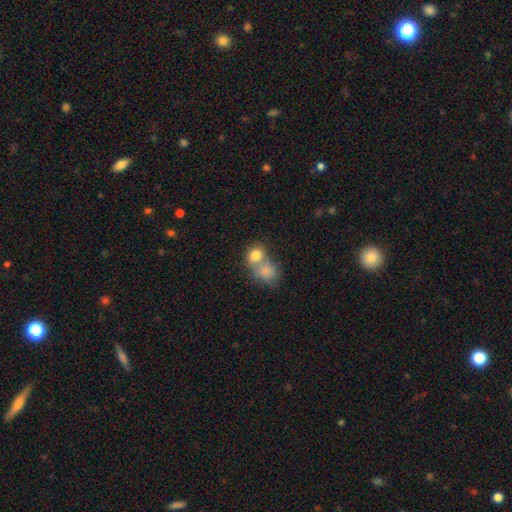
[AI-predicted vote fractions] Smooth or featured?
  - smooth: 79% *
  - featured or disk: 12%
  - star or artifact: 9%
How rounded?
  - round: 60% *
  - in between: 39%
  - cigar-shaped: 1%
Merging?
  - merger: 63% *
  - none: 26%
  - minor disturbance: 7%
  - major disturbance: 4%